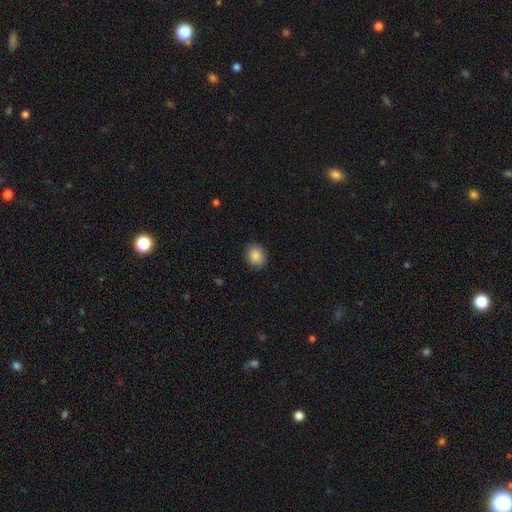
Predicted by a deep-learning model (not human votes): smooth 87%, star or artifact 9%, featured or disk 5%. Down the decision tree: how rounded — round (67%); merging — none (89%).